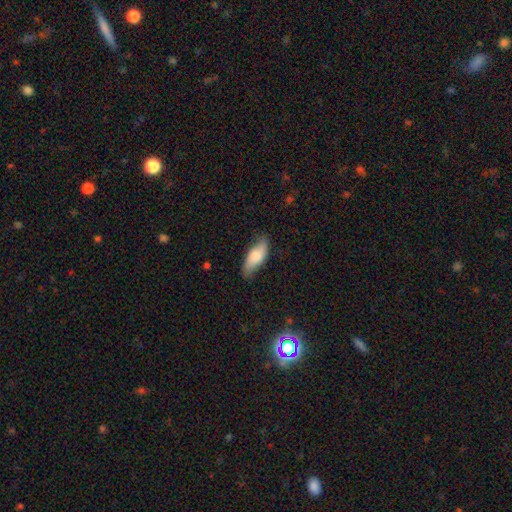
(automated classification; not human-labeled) smooth 73%, featured or disk 21%, star or artifact 6%. Down the decision tree: how rounded — in between (77%); merging — none (73%).